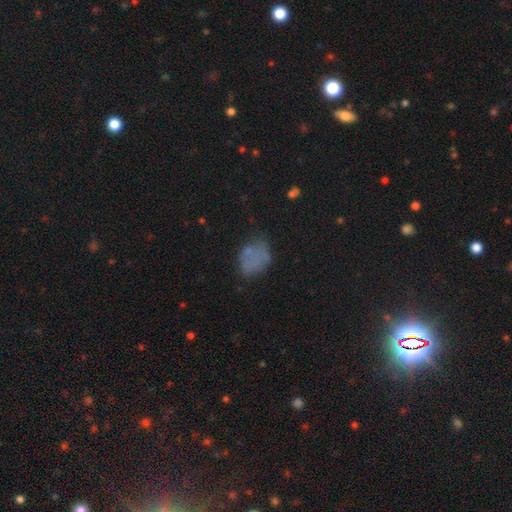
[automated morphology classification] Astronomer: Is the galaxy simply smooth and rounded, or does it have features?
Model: smooth — 61%.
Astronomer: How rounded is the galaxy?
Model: in between — 69%.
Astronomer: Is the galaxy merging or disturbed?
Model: none — 53%.